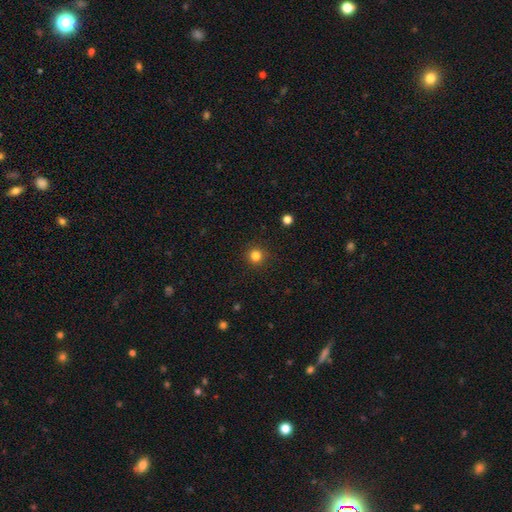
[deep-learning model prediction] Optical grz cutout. It shows a smooth galaxy with no disk features (83%) that is round (94%). Merging: none (90%).